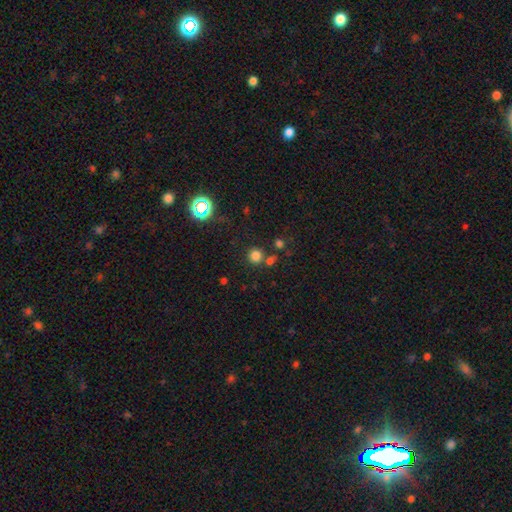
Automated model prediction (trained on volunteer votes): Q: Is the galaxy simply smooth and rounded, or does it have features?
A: smooth — 75%.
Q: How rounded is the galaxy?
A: round — 91%.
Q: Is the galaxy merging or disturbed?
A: none — 75%.